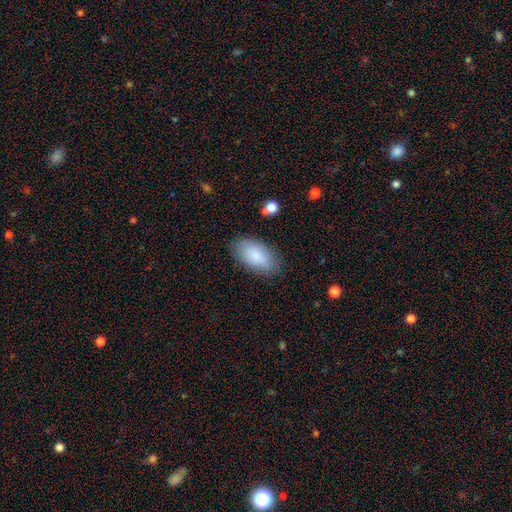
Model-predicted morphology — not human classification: Overall: smooth (84%). How rounded: in between (95%). Merging: none (83%).